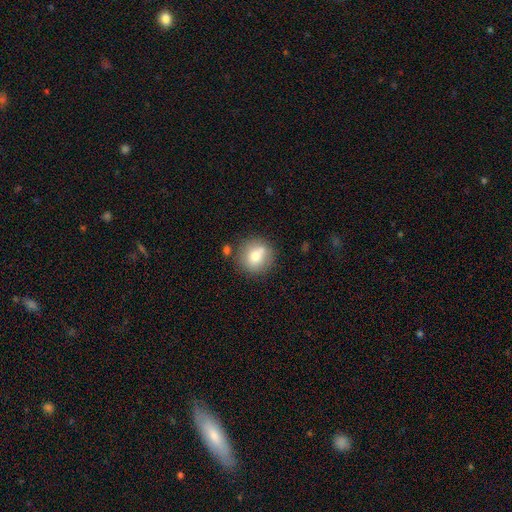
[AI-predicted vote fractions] Smooth or featured?
  - smooth: 73% *
  - featured or disk: 18%
  - star or artifact: 10%
How rounded?
  - round: 90% *
  - in between: 9%
  - cigar-shaped: 1%
Merging?
  - none: 74% *
  - minor disturbance: 13%
  - merger: 10%
  - major disturbance: 4%